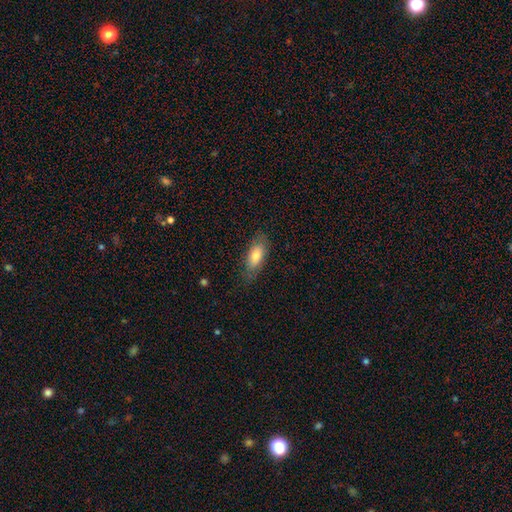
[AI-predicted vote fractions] The model was most divided on "merging": none: 75%, minor disturbance: 19%, major disturbance: 5%, merger: 1%. More confident: how rounded — in between (81%); smooth or featured — smooth (77%).